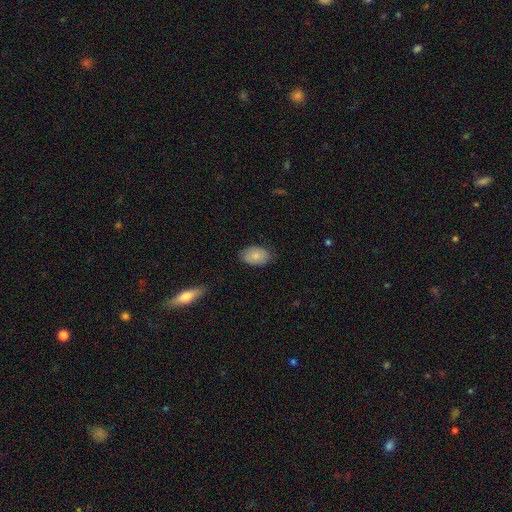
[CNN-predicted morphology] A smooth galaxy with no disk features (81%) that is in between round and cigar-shaped (90%).

Vote fractions:
- Smooth or featured? smooth: 81% / featured or disk: 13% / star or artifact: 7%
- How rounded? in between: 90% / round: 9% / cigar-shaped: 1%
- Merging? none: 82% / minor disturbance: 14% / major disturbance: 3% / merger: 1%